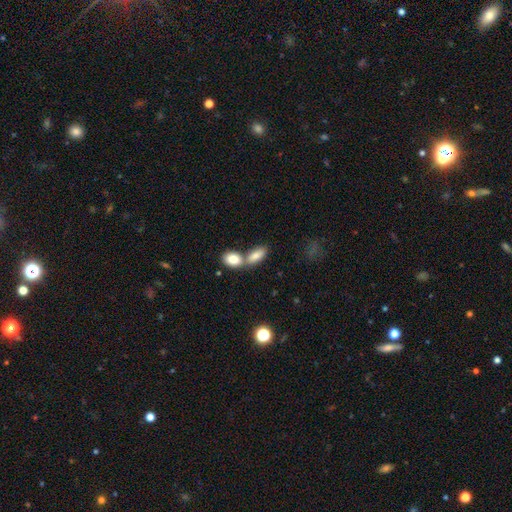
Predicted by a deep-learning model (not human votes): Smooth or featured? Predicted: smooth (p=0.83). How rounded? Predicted: in between (p=0.87). Merging? Predicted: merger (p=0.56).